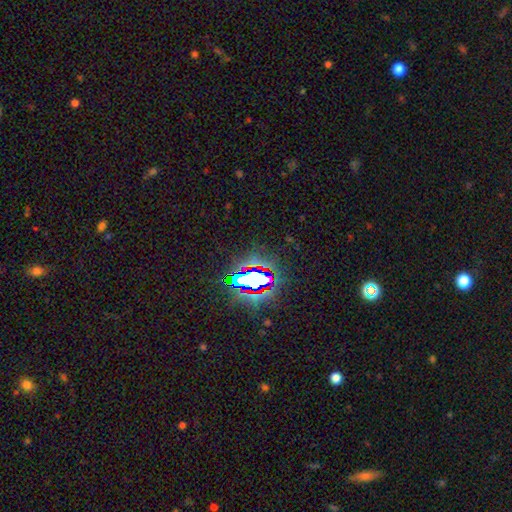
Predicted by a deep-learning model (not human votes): A star or artifact, not a galaxy (81%).